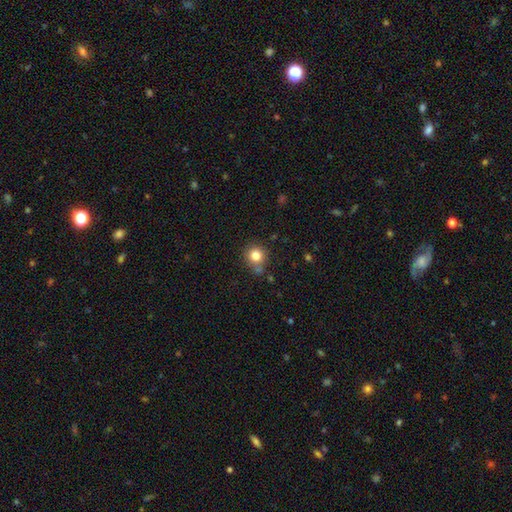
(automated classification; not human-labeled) Q: Smooth or featured?
A: smooth (81%); runner-up: star or artifact (12%)
Q: How rounded?
A: round (90%); runner-up: in between (9%)
Q: Merging?
A: none (73%); runner-up: minor disturbance (14%)